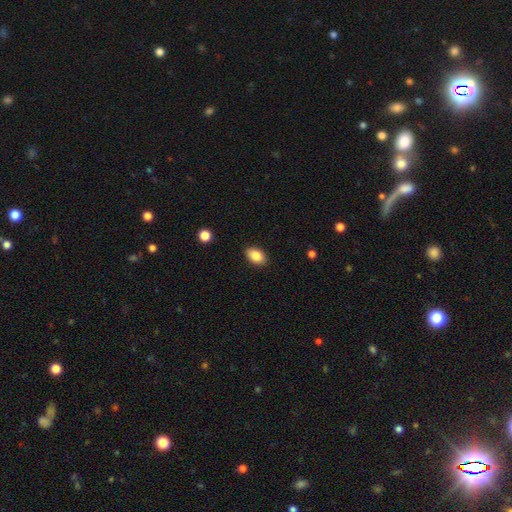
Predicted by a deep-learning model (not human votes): smooth_or_featured: smooth (p=0.87) [alt: star or artifact p=0.08]
how_rounded: in between (p=0.89) [alt: round p=0.10]
merging: none (p=0.88) [alt: minor disturbance p=0.09]